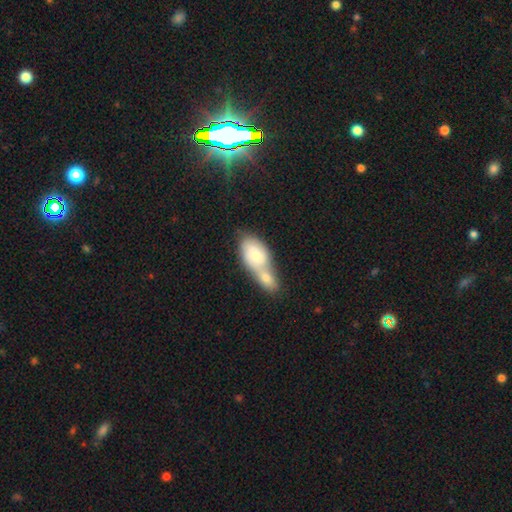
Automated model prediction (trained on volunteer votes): smooth 67%, featured or disk 27%, star or artifact 6%. Down the decision tree: how rounded — in between (84%); merging — merger (72%).